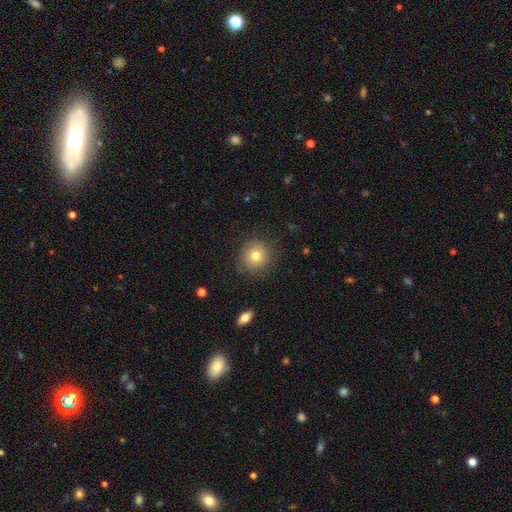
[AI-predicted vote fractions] A smooth galaxy with no disk features (77%) that is round (90%). Merging: none (83%).